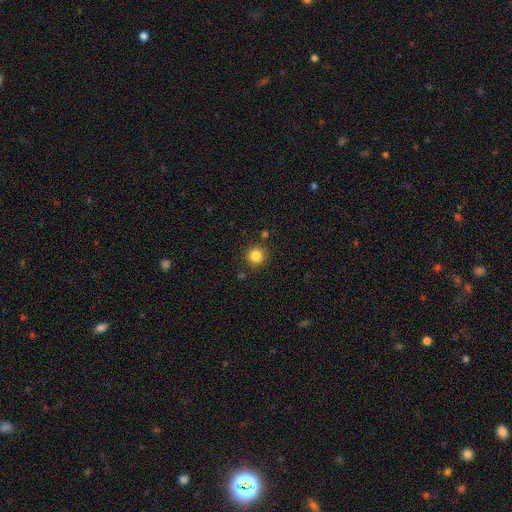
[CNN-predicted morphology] Smooth or featured? smooth (84%)
How rounded? round (93%)
Merging? none (86%)